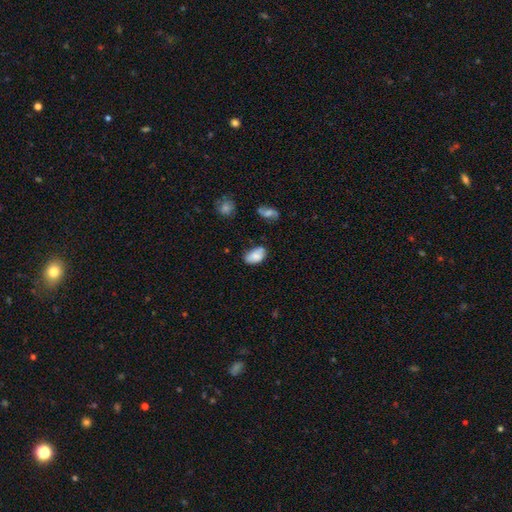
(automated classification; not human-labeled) smooth 80%, featured or disk 12%, star or artifact 8%. Down the decision tree: how rounded — in between (92%); merging — none (65%).